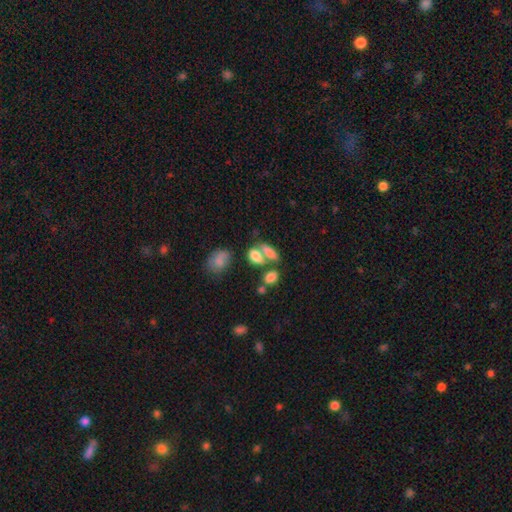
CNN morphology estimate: Overall: smooth (76%). How rounded: in between (81%). Merging: merger (45%; none 37%).